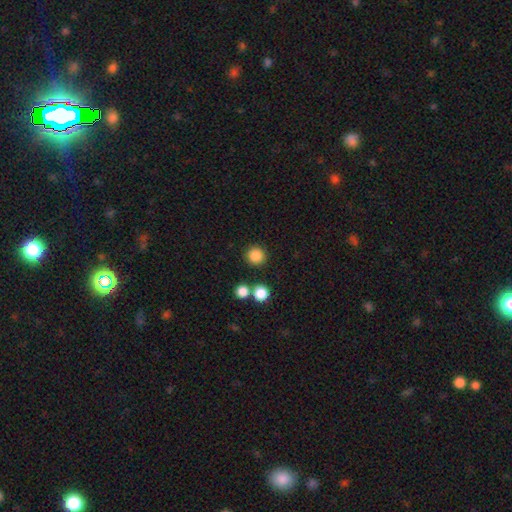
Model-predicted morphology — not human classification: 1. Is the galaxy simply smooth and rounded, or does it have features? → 85% smooth, 11% star or artifact, 4% featured or disk.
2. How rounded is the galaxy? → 94% round, 5% in between, 1% cigar-shaped.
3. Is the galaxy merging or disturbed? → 87% none, 6% minor disturbance, 5% merger, 2% major disturbance.